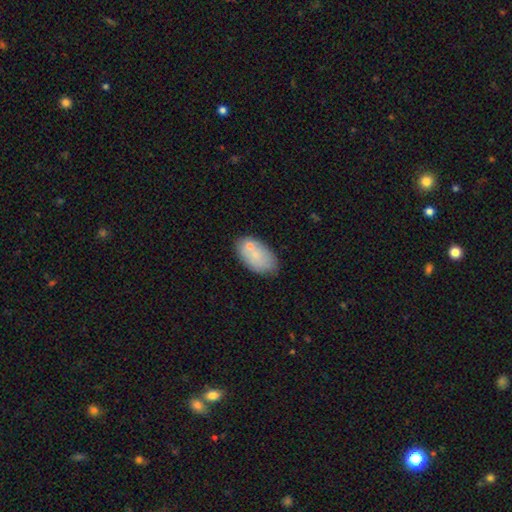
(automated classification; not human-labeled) smooth 75%, featured or disk 18%, star or artifact 8%. Down the decision tree: how rounded — in between (94%); merging — none (64%).